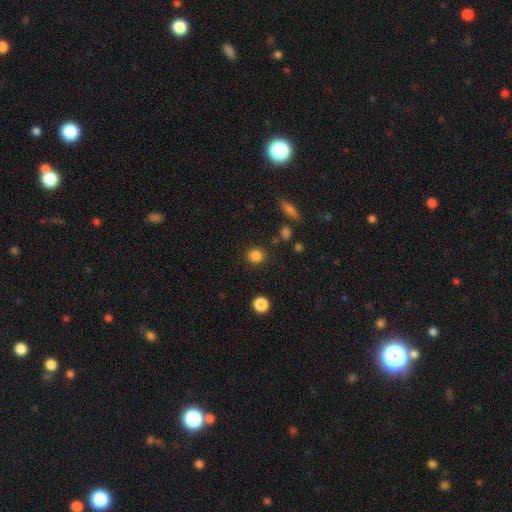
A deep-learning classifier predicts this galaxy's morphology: Smooth or featured? smooth (85%)
How rounded? round (87%)
Merging? none (88%)